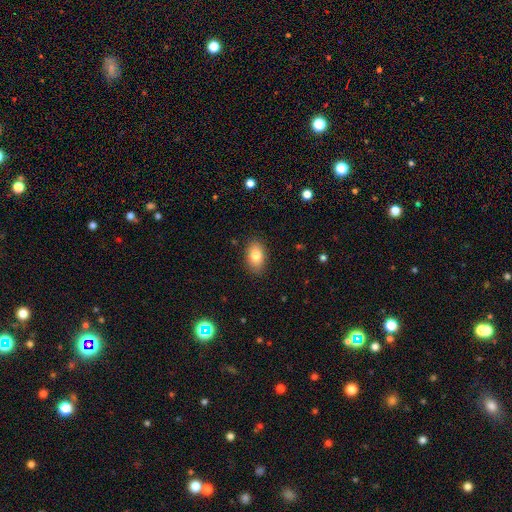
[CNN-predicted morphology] Smooth or featured?
  - smooth: 83% *
  - featured or disk: 10%
  - star or artifact: 8%
How rounded?
  - in between: 89% *
  - round: 9%
  - cigar-shaped: 2%
Merging?
  - none: 87% *
  - minor disturbance: 10%
  - major disturbance: 2%
  - merger: 1%